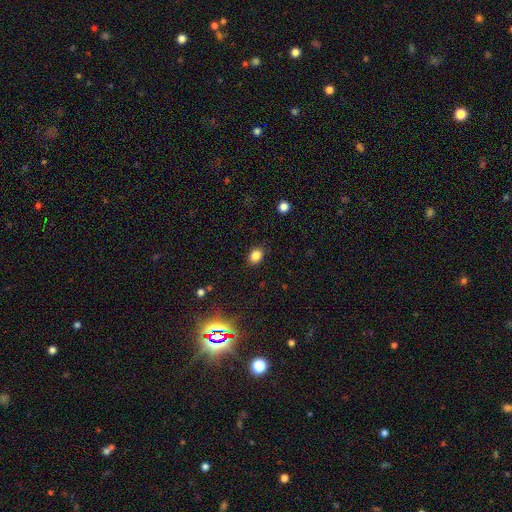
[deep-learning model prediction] Smooth or featured: smooth — 84% (star or artifact — 12%)
How rounded: in between — 59% (round — 40%)
Merging: none — 87% (minor disturbance — 9%)